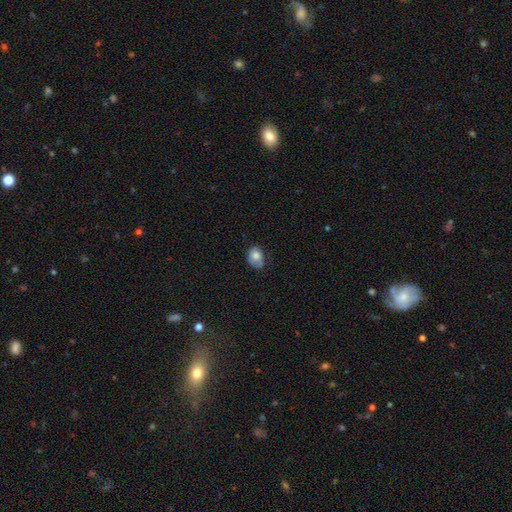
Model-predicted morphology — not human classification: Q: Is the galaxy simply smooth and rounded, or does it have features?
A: smooth — 74%.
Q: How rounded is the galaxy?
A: in between — 61%.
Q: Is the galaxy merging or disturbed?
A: none — 51%.